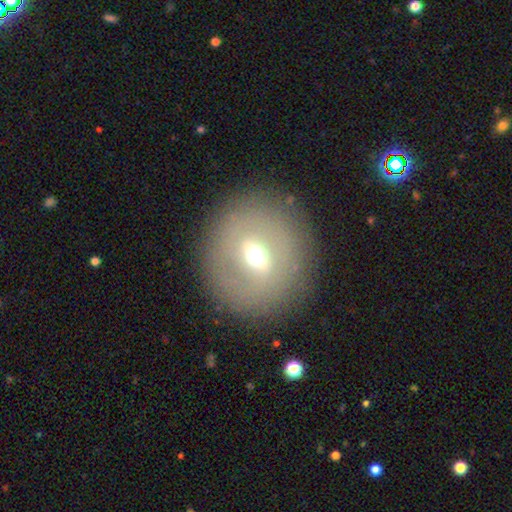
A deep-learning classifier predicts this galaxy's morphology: A featured or disk galaxy (51%).

Vote fractions:
- Smooth or featured? featured or disk: 51% / smooth: 37% / star or artifact: 12%
- Edge-on disk? no: 80% / yes: 20%
- Merging? none: 85% / minor disturbance: 9% / major disturbance: 5% / merger: 1%